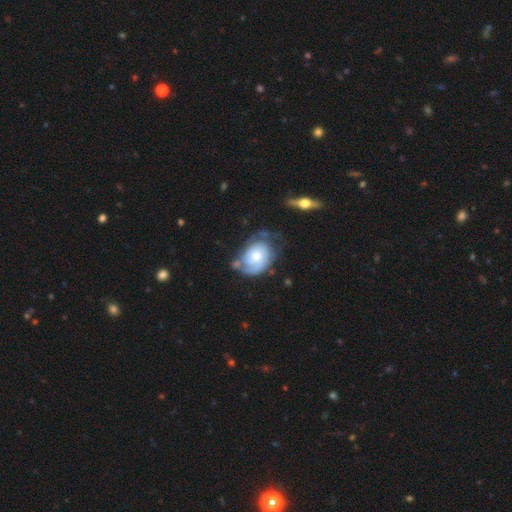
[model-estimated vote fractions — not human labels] featured or disk 77%, smooth 18%, star or artifact 5%. Down the decision tree: edge-on disk — no (97%); bar — no (73%); spiral arms — yes (92%); spiral arm count — 2 (35%, tied with 1); spiral winding — tight (55%); bulge size — moderate (50%); merging — none (51%).